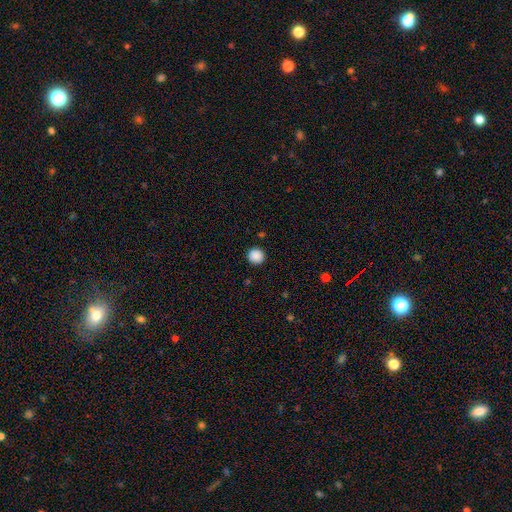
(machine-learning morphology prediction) Smooth or featured?
  - smooth: 88% *
  - star or artifact: 9%
  - featured or disk: 3%
How rounded?
  - round: 94% *
  - in between: 5%
  - cigar-shaped: 1%
Merging?
  - none: 92% *
  - minor disturbance: 5%
  - major disturbance: 2%
  - merger: 1%